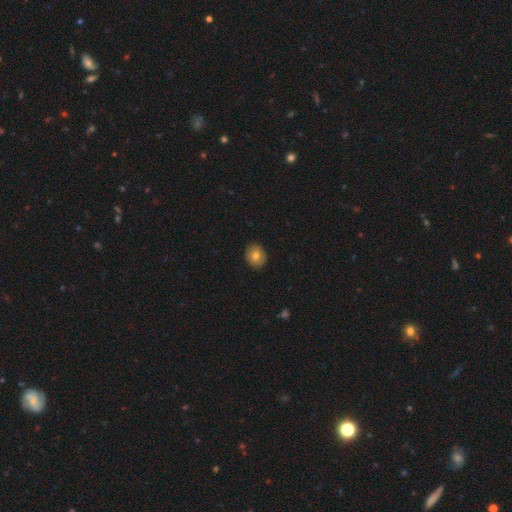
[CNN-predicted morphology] Overall: smooth (74%). How rounded: round (66%; in between 33%). Merging: none (89%).